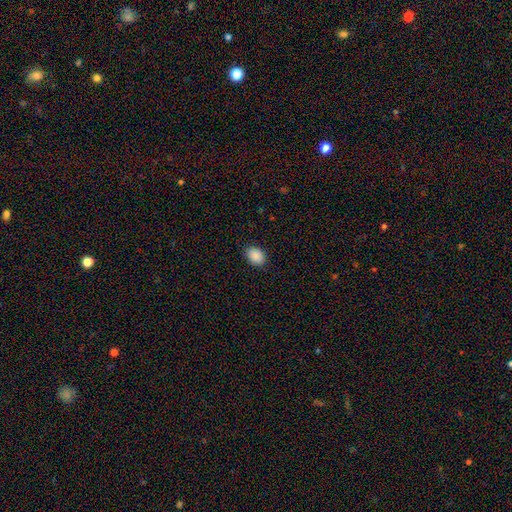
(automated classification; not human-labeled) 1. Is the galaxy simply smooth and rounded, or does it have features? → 90% smooth, 8% star or artifact, 3% featured or disk.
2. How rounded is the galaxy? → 67% in between, 32% round, 1% cigar-shaped.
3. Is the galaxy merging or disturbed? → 88% none, 9% minor disturbance, 2% major disturbance, 1% merger.